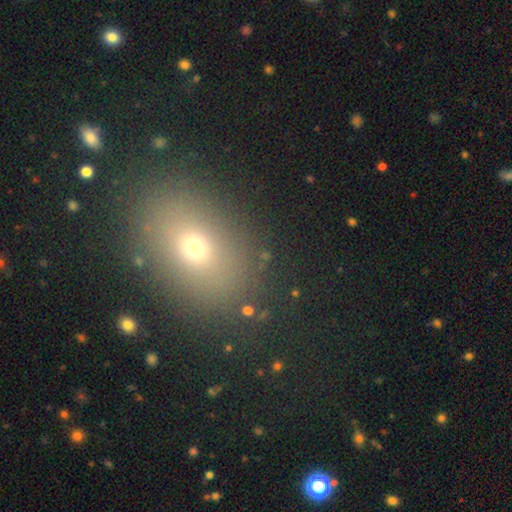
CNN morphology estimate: Smooth or featured?
  - smooth: 64% *
  - star or artifact: 23%
  - featured or disk: 13%
How rounded?
  - in between: 67% *
  - round: 32%
  - cigar-shaped: 2%
Merging?
  - none: 85% *
  - minor disturbance: 9%
  - major disturbance: 4%
  - merger: 2%